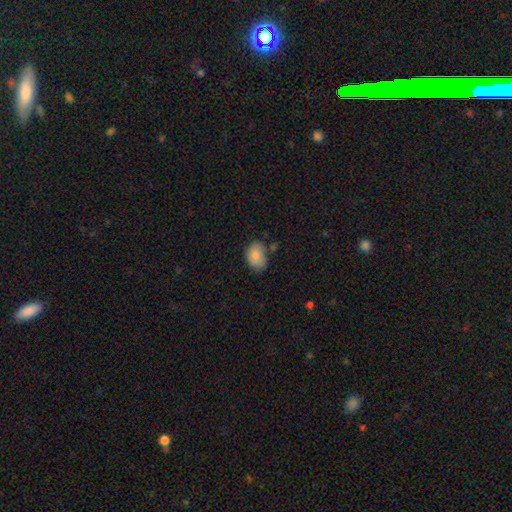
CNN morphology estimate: A smooth galaxy with no disk features (84%) that is in between round and cigar-shaped (73%). Merging: none (62%).